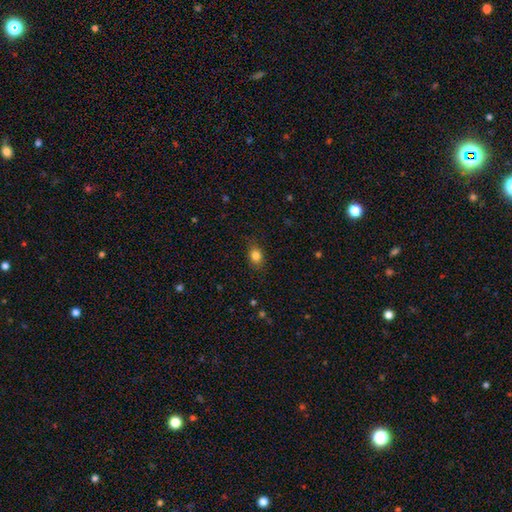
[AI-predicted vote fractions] This appears to be a smooth galaxy with no disk features (83%) that is in between round and cigar-shaped (64%). Merging: none (82%).